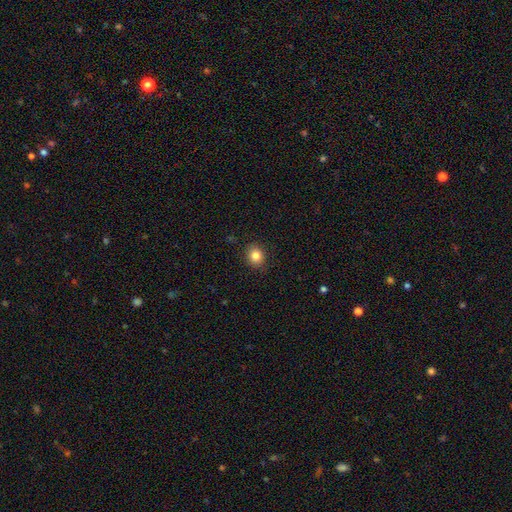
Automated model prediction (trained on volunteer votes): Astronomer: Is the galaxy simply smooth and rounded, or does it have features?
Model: smooth — 83%.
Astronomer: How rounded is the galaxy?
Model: round — 70%.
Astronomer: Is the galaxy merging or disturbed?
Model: none — 89%.